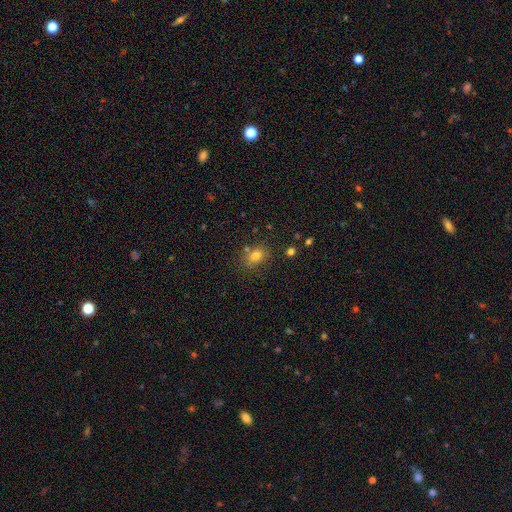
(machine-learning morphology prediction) This is likely a smooth galaxy (77%). How rounded: likely in between (65%). Merging: likely none (73%).